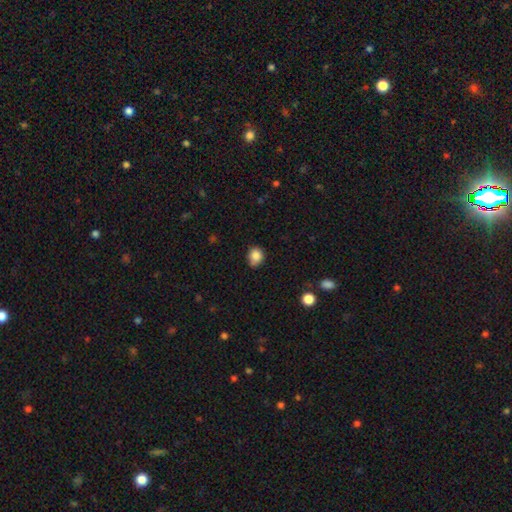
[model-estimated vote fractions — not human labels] Smooth or featured? Predicted: smooth (p=0.84). How rounded? Predicted: round (p=0.59). Merging? Predicted: none (p=0.66).